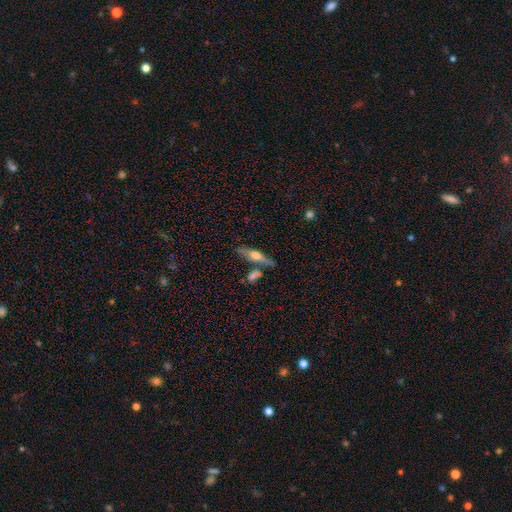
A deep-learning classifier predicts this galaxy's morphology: smooth-or-featured: featured or disk: 57% | smooth: 36% | star or artifact: 7%
  disk-edge-on: yes: 91% | no: 9%
    edge-on-bulge: rounded: 86% | boxy: 9% | none: 5%
  merging: none: 66% | merger: 15% | minor disturbance: 14% | major disturbance: 5%